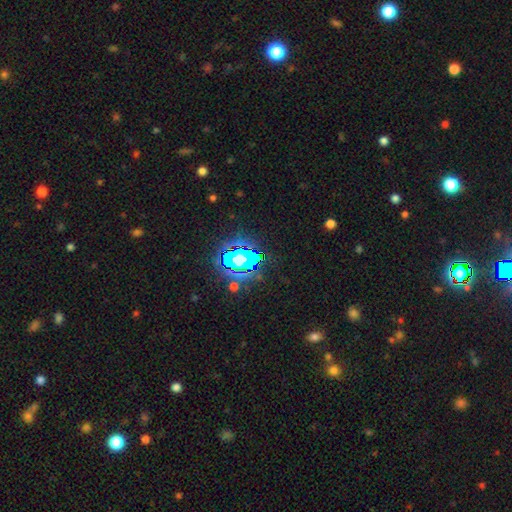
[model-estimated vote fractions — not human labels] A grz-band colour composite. It shows a star or artifact, not a galaxy (81%).